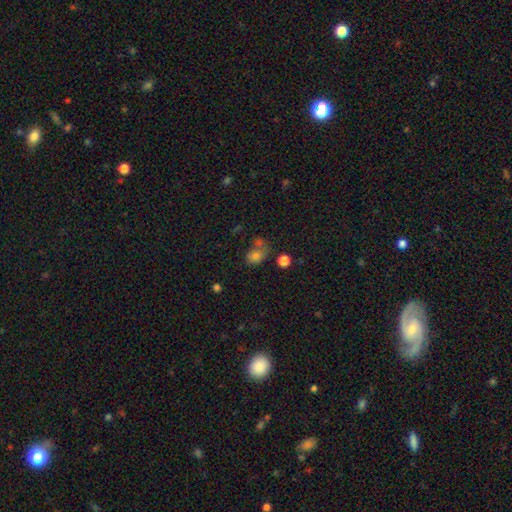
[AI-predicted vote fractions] smooth_or_featured: smooth (p=0.72) [alt: star or artifact p=0.14]
how_rounded: in between (p=0.59) [alt: round p=0.40]
merging: none (p=0.35) [alt: merger p=0.34]